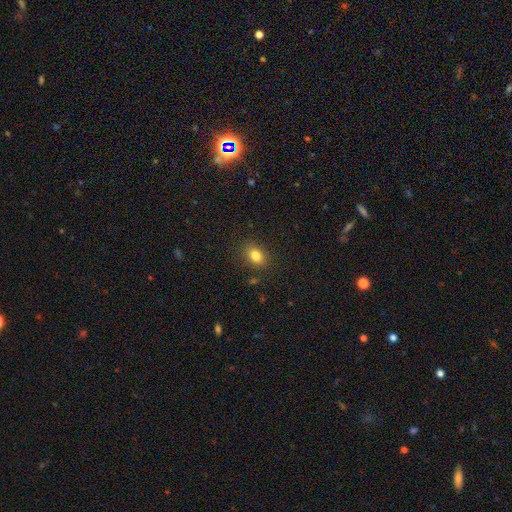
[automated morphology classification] Smooth or featured? smooth (83%)
How rounded? in between (74%)
Merging? none (84%)